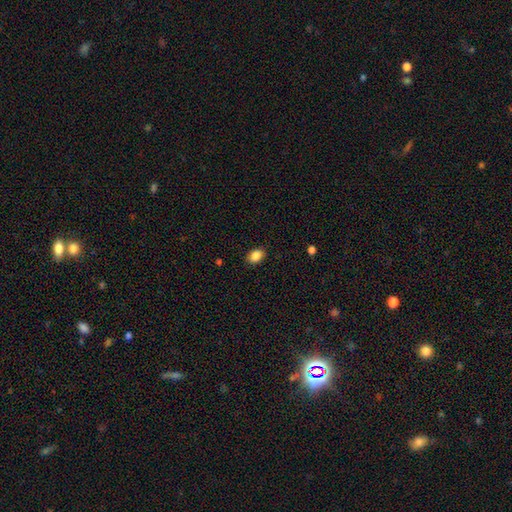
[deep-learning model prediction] This is clearly a smooth galaxy (87%). How rounded: clearly in between (80%). Merging: clearly none (89%).